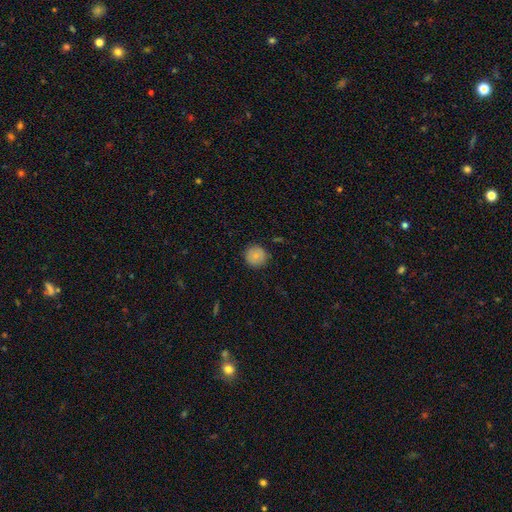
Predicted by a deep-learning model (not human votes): Smooth or featured: smooth — 77% (featured or disk — 15%)
How rounded: round — 95% (in between — 5%)
Merging: none — 87% (minor disturbance — 9%)